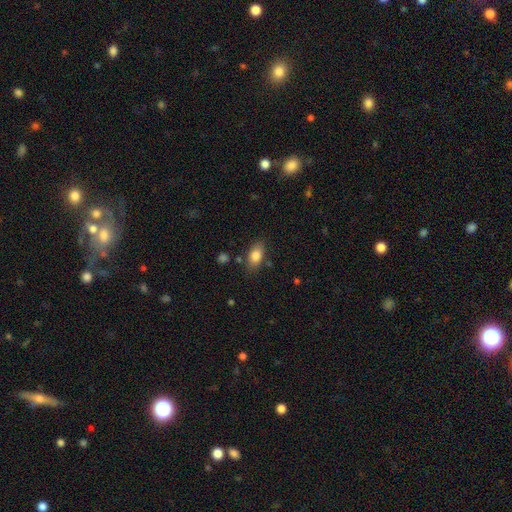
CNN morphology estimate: Q: Smooth or featured?
A: smooth (82%); runner-up: featured or disk (10%)
Q: How rounded?
A: in between (87%); runner-up: round (8%)
Q: Merging?
A: none (80%); runner-up: minor disturbance (13%)